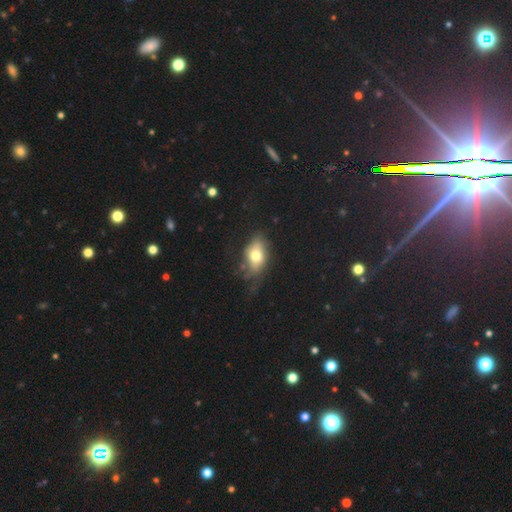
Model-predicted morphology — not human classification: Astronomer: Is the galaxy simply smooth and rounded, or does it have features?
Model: smooth — 67%.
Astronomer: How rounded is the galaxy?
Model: in between — 84%.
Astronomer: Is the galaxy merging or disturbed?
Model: none — 52% (runner-up: minor disturbance, 28%).